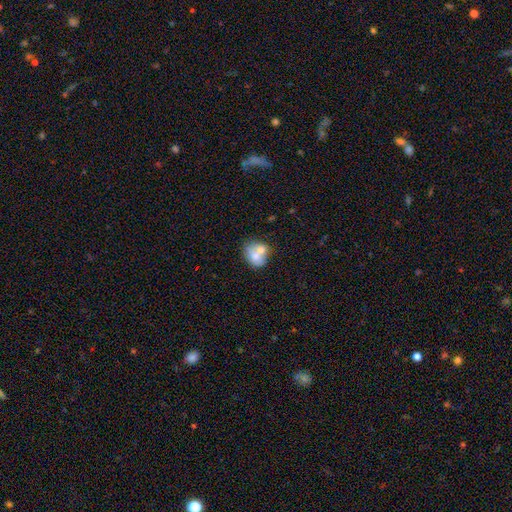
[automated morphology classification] Smooth or featured? smooth (64%)
How rounded? round (54%)
Merging? merger (58%)